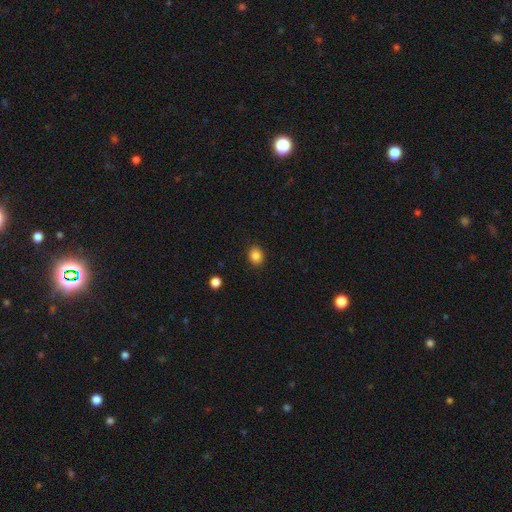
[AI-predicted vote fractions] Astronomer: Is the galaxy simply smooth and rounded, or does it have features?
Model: smooth — 86%.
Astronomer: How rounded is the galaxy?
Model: round — 63%.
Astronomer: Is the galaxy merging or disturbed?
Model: none — 90%.